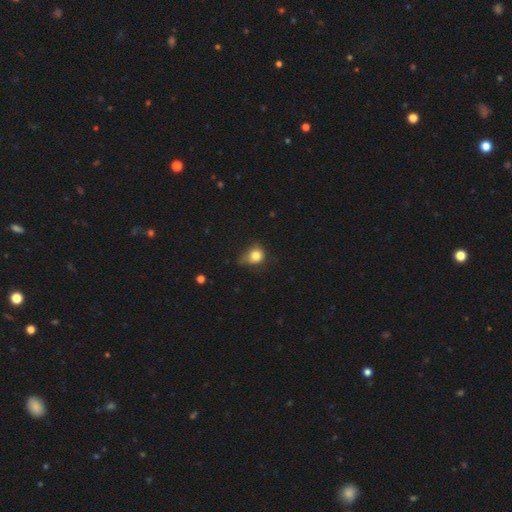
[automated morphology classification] type=smooth (79%); roundness=round (65%); merging=minor disturbance (42%).